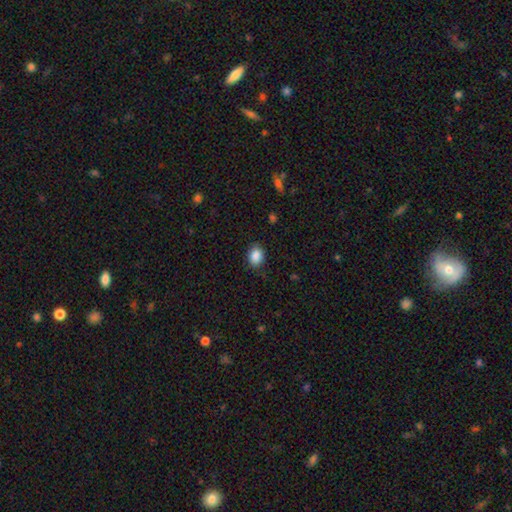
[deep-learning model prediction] A smooth galaxy with no disk features (88%) that is in between round and cigar-shaped (60%).

Vote fractions:
- Smooth or featured? smooth: 88% / star or artifact: 8% / featured or disk: 4%
- How rounded? in between: 60% / round: 39% / cigar-shaped: 1%
- Merging? none: 85% / minor disturbance: 12% / major disturbance: 3% / merger: 1%